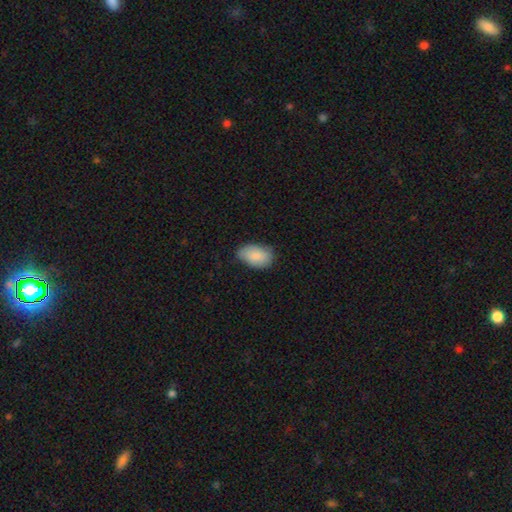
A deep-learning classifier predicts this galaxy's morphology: Overall: smooth (87%). How rounded: in between (91%). Merging: none (70%).